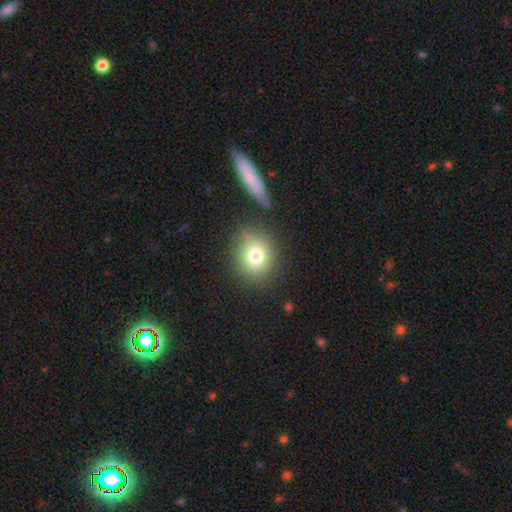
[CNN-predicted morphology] The model was most divided on "how rounded": round: 75%, in between: 24%, cigar-shaped: 1%. More confident: smooth or featured — smooth (76%); merging — none (72%).